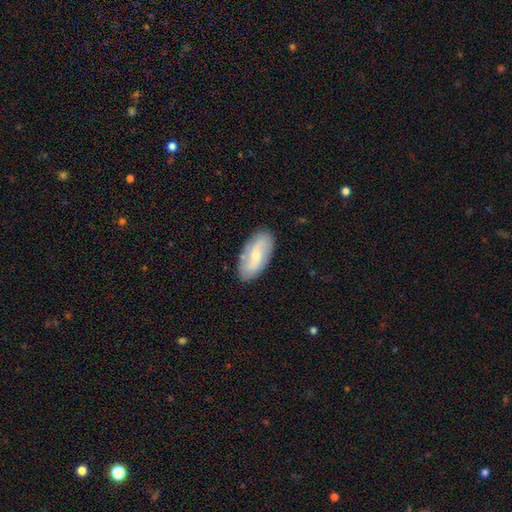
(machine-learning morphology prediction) smooth-or-featured: featured or disk: 57% | smooth: 37% | star or artifact: 6%
  disk-edge-on: no: 92% | yes: 8%
    bar: weak: 42% | no: 40% | strong: 17%
    has-spiral-arms: yes: 79% | no: 21%
    bulge-size: small: 64% | moderate: 32% | none: 2% | large: 1% | dominant: 1%
  merging: none: 85% | minor disturbance: 11% | major disturbance: 2% | merger: 2%